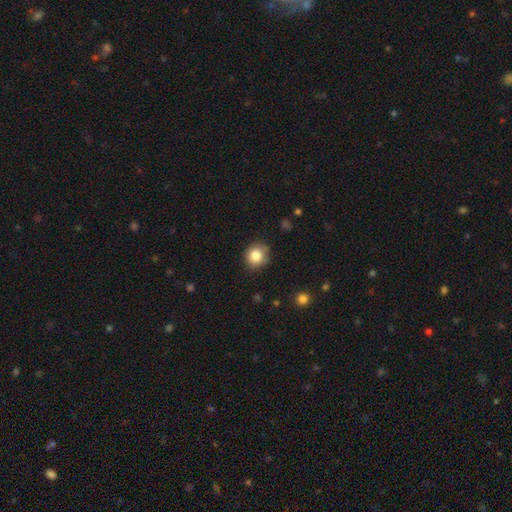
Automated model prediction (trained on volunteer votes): Q: Smooth or featured?
A: smooth (83%); runner-up: star or artifact (10%)
Q: How rounded?
A: round (86%); runner-up: in between (13%)
Q: Merging?
A: none (83%); runner-up: minor disturbance (13%)